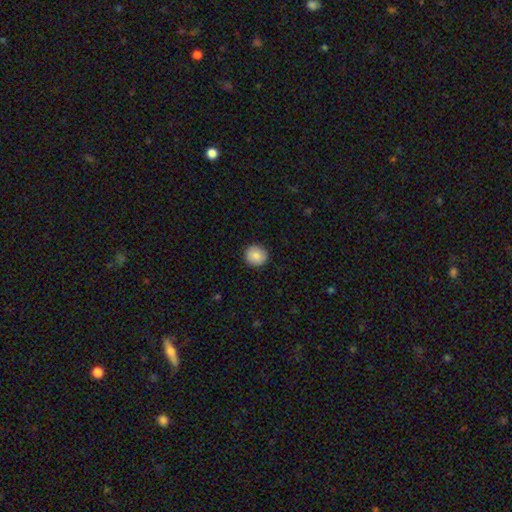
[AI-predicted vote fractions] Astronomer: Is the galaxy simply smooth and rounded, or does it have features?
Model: smooth — 86%.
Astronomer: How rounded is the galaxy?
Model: round — 93%.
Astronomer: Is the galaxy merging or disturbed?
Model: none — 91%.